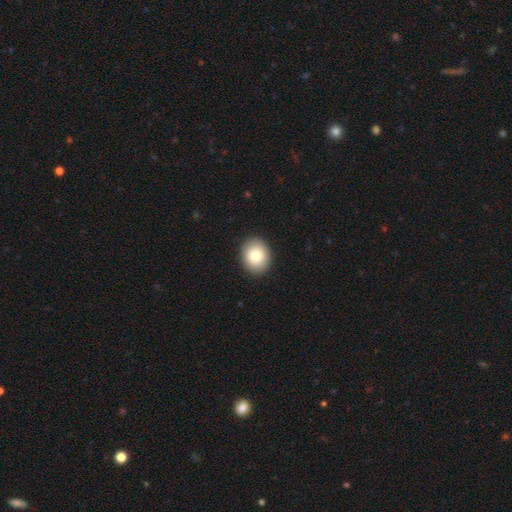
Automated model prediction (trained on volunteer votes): A smooth galaxy with no disk features (82%) that is round (53%). Merging: none (90%).